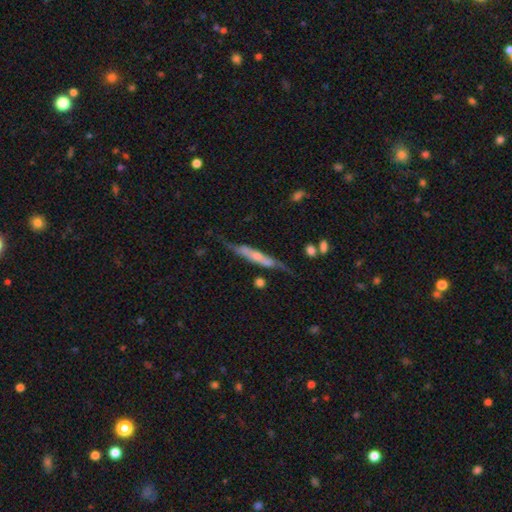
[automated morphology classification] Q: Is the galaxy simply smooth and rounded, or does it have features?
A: featured or disk — 63%.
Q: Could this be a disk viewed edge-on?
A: yes — 76%.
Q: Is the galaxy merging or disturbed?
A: none — 59%.